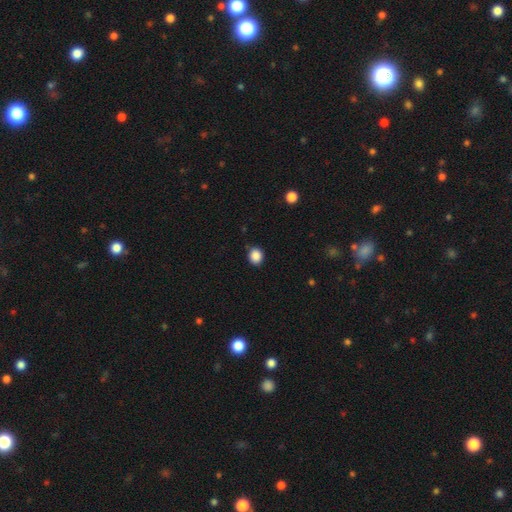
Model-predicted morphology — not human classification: A smooth galaxy with no disk features (88%) that is round (66%). Merging: none (86%).